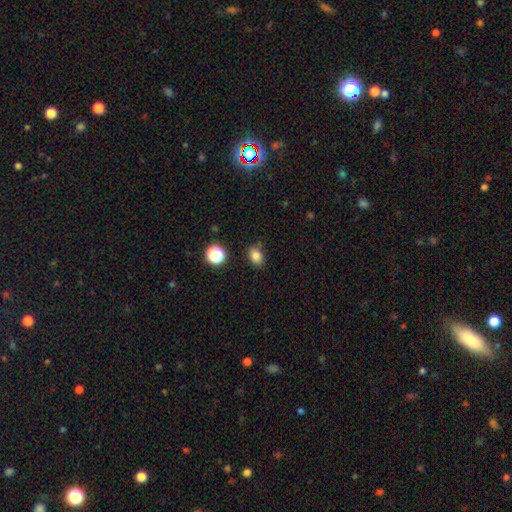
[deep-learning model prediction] Smooth or featured: smooth — 82% (star or artifact — 13%)
How rounded: in between — 67% (round — 32%)
Merging: none — 83% (minor disturbance — 12%)